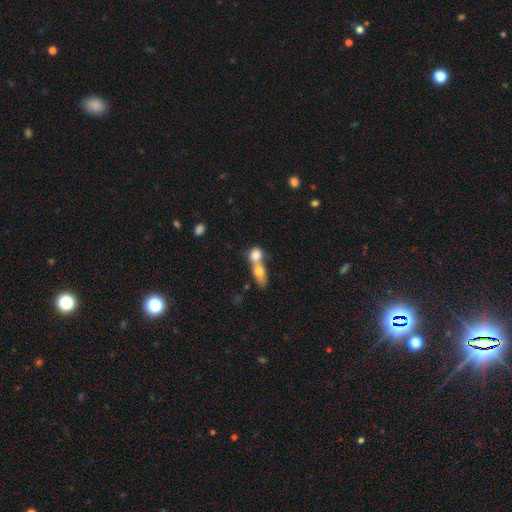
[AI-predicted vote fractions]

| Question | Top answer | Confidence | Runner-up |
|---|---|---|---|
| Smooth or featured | smooth | 75% | featured or disk (17%) |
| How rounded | in between | 50% | round (42%) |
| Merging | merger | 74% | none (17%) |